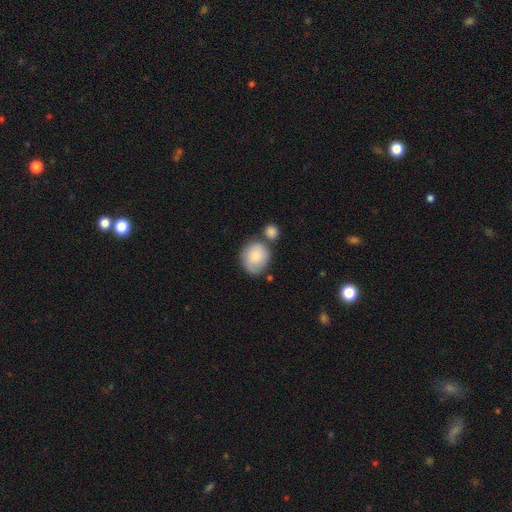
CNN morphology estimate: A smooth galaxy with no disk features (78%) that is round (71%). Merging: none (49%).